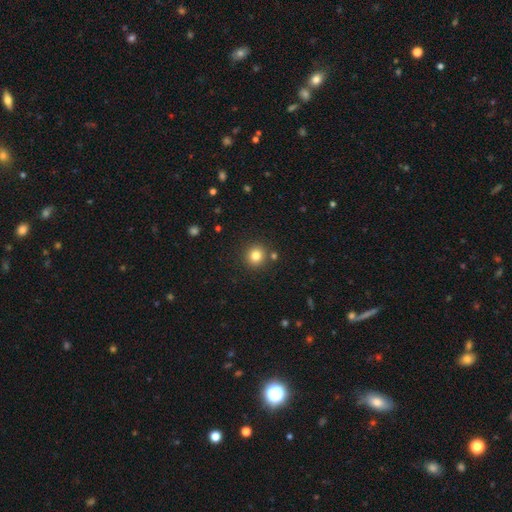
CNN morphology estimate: This appears to be a smooth galaxy with no disk features (81%) that is round (93%). Merging: none (87%).